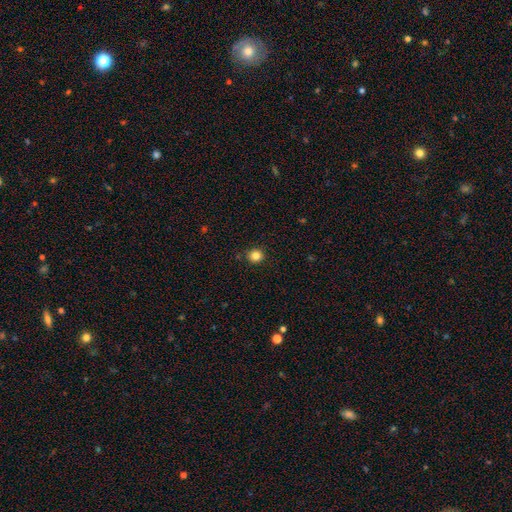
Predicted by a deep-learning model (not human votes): A smooth galaxy with no disk features (83%) that is round (89%).

Vote fractions:
- Smooth or featured? smooth: 83% / star or artifact: 12% / featured or disk: 5%
- How rounded? round: 89% / in between: 10% / cigar-shaped: 1%
- Merging? none: 90% / minor disturbance: 7% / major disturbance: 2% / merger: 2%